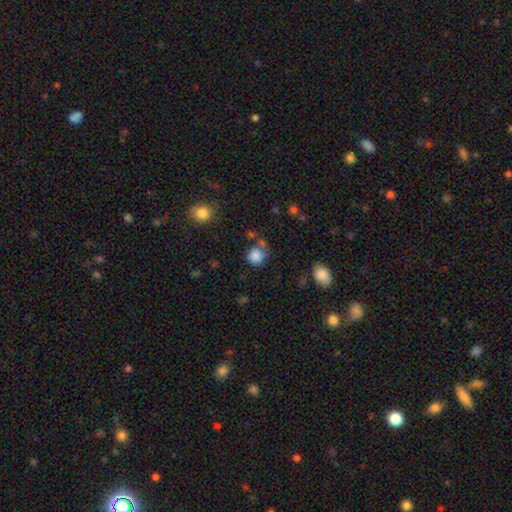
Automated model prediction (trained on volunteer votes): This appears to be a smooth galaxy with no disk features (85%) that is round (88%). Merging: none (67%).